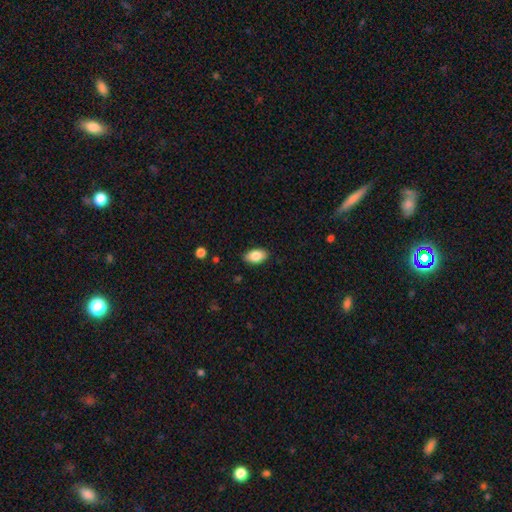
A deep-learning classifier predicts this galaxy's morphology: Overall: smooth (85%). How rounded: in between (92%). Merging: none (87%).